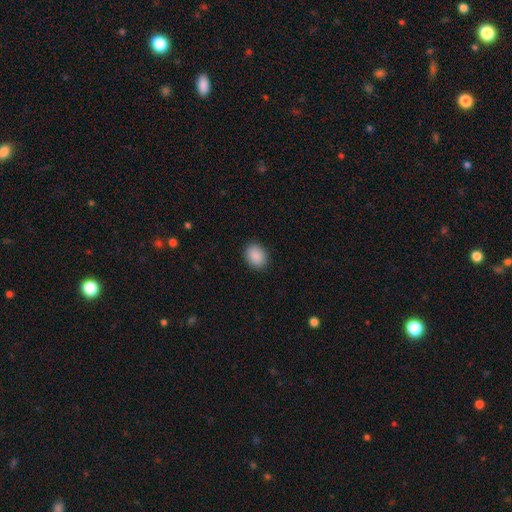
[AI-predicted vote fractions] This appears to be a smooth galaxy with no disk features (89%) that is in between round and cigar-shaped (57%). Merging: none (89%).